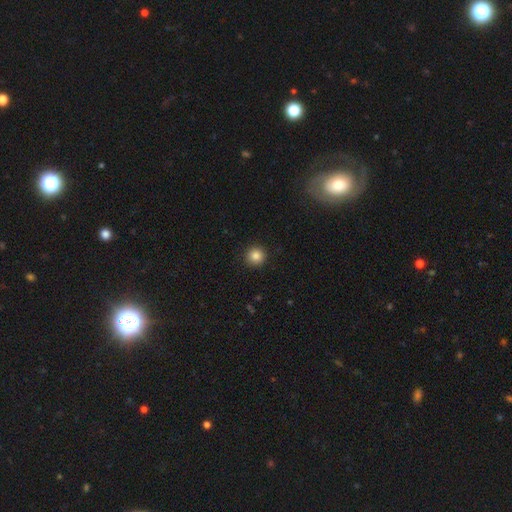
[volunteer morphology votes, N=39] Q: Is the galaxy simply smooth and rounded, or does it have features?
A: smooth — 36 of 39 (92%).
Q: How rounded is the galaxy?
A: round — 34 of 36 (94%).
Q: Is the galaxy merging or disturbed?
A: none — 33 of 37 (89%).